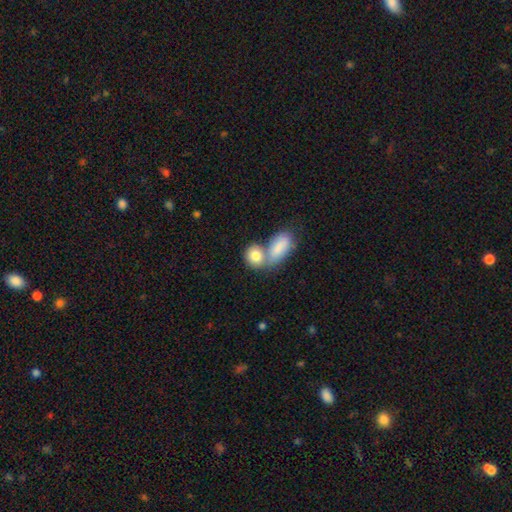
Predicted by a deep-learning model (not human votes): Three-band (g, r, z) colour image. It shows a smooth galaxy with no disk features (82%) that is in between round and cigar-shaped (52%). Merging: merger (54%).